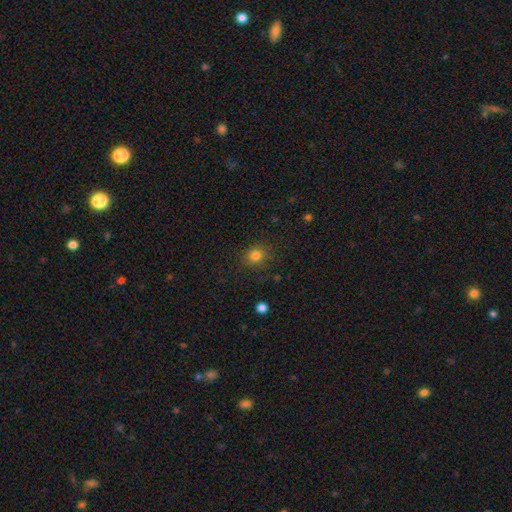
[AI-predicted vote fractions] smooth-or-featured: smooth: 81% | star or artifact: 14% | featured or disk: 6%
  how-rounded: round: 77% | in between: 22% | cigar-shaped: 1%
  merging: none: 85% | minor disturbance: 10% | major disturbance: 3% | merger: 1%